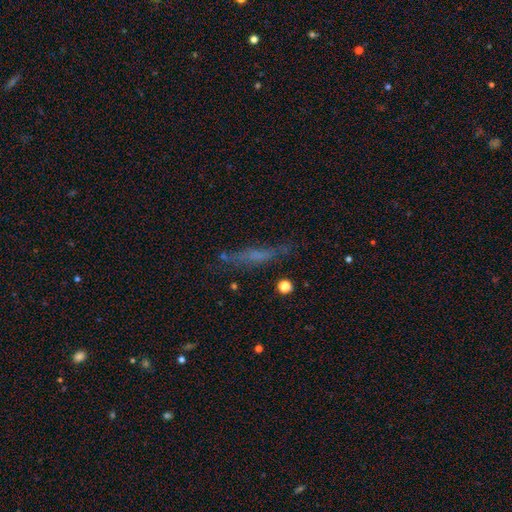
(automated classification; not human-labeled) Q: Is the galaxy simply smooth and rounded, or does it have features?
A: featured or disk — 44%.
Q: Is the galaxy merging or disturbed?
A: none — 66%.